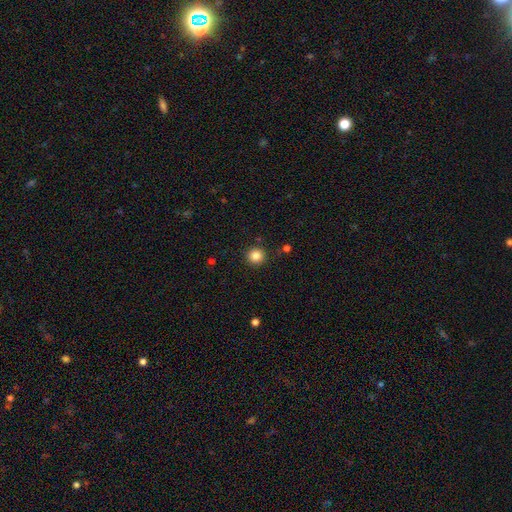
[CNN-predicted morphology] Smooth or featured?
  - smooth: 85% *
  - star or artifact: 11%
  - featured or disk: 4%
How rounded?
  - round: 94% *
  - in between: 5%
  - cigar-shaped: 1%
Merging?
  - none: 90% *
  - minor disturbance: 6%
  - major disturbance: 2%
  - merger: 2%